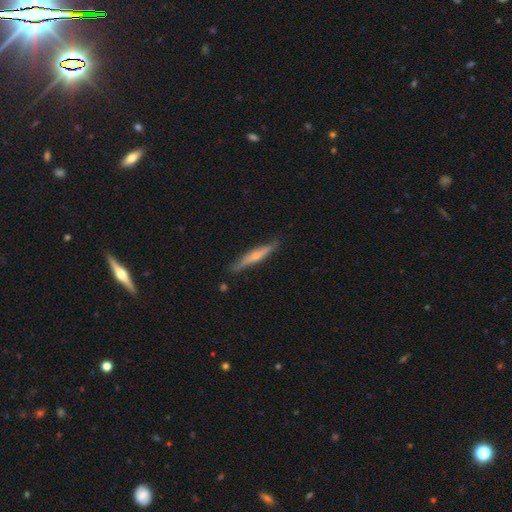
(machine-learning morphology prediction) Smooth or featured: smooth — 50% (featured or disk — 45%)
Merging: none — 83% (minor disturbance — 13%)